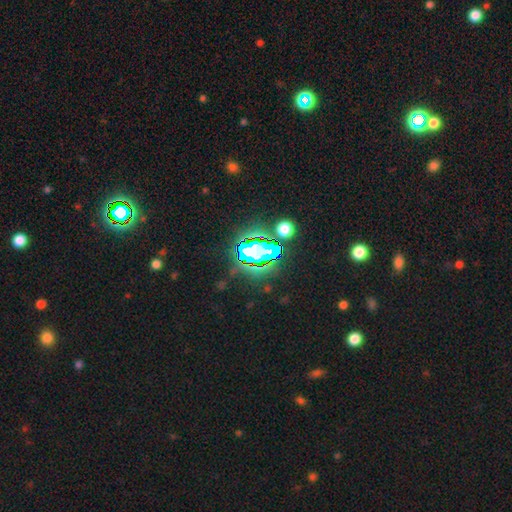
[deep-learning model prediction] A star or artifact, not a galaxy (81%).